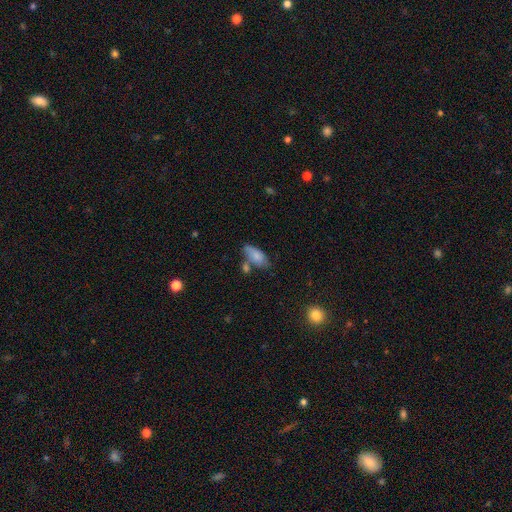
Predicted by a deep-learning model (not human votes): smooth_or_featured: smooth (p=0.77) [alt: featured or disk p=0.15]
how_rounded: in between (p=0.83) [alt: cigar-shaped p=0.14]
merging: none (p=0.51) [alt: minor disturbance p=0.23]